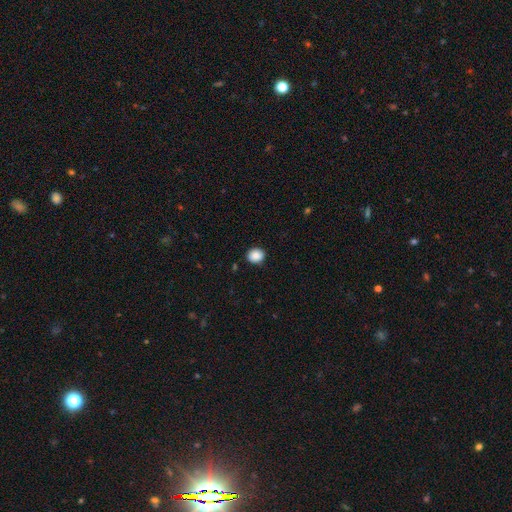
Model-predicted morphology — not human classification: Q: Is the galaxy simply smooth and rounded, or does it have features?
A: smooth — 88%.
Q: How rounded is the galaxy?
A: round — 70%.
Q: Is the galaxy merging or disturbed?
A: none — 88%.